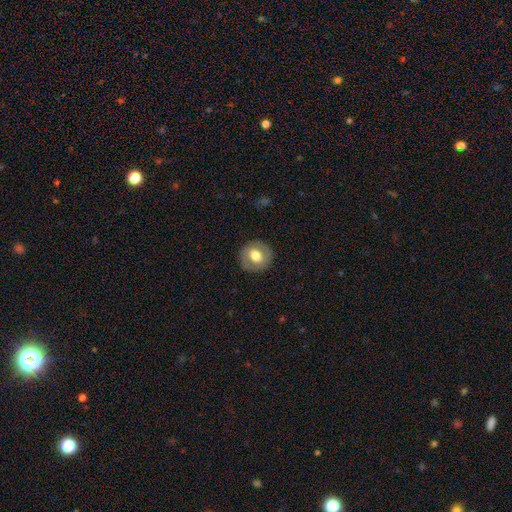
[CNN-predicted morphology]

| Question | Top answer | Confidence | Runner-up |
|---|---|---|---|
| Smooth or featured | smooth | 62% | featured or disk (30%) |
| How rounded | round | 87% | in between (12%) |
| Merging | none | 87% | minor disturbance (9%) |